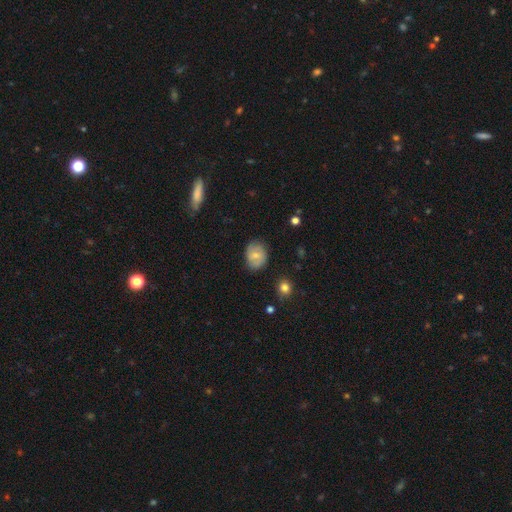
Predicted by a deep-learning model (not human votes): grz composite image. It shows a smooth galaxy with no disk features (61%) that is in between round and cigar-shaped (54%). Merging: none (76%).